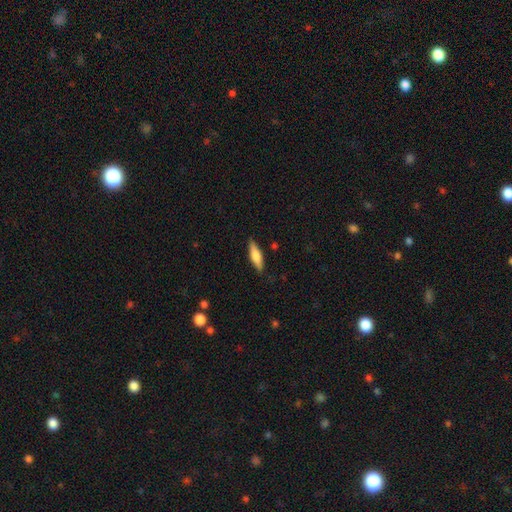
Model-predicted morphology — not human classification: The model was most divided on "how rounded": cigar-shaped: 65%, in between: 33%, round: 2%. More confident: merging — none (87%); smooth or featured — smooth (66%).